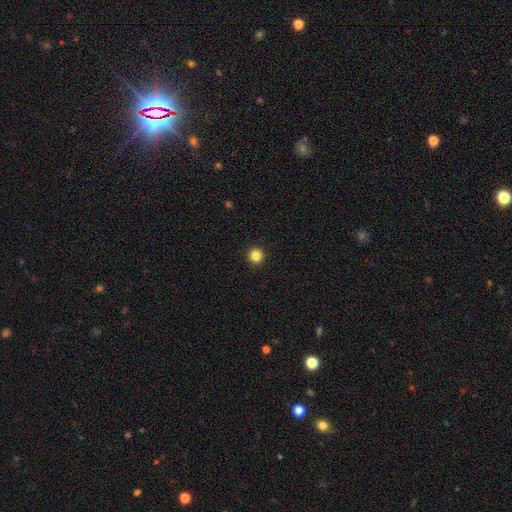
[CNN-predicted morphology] A smooth galaxy with no disk features (85%) that is round (96%). Merging: none (94%).